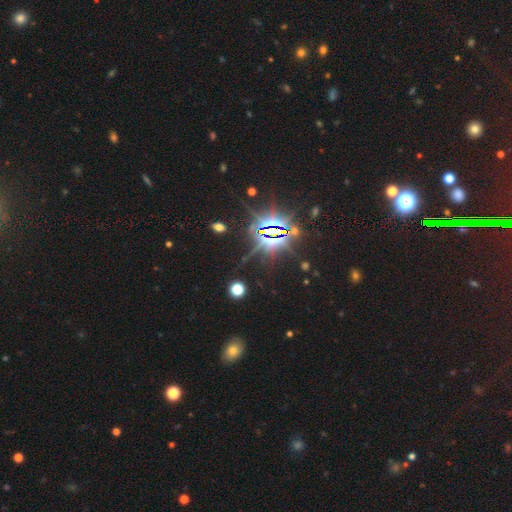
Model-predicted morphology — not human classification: type=star or artifact (85%).